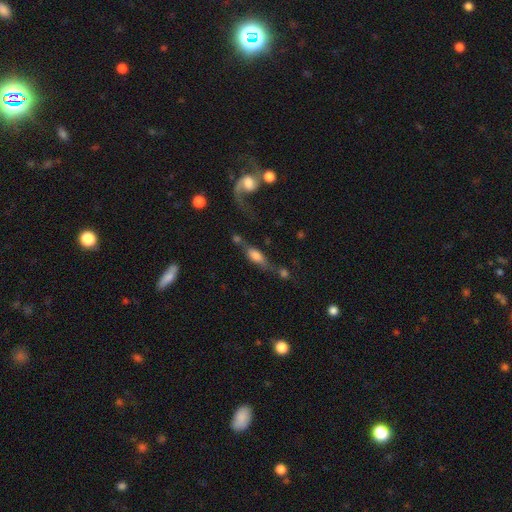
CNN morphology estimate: A featured or disk galaxy (46%). Merging: none (39%).